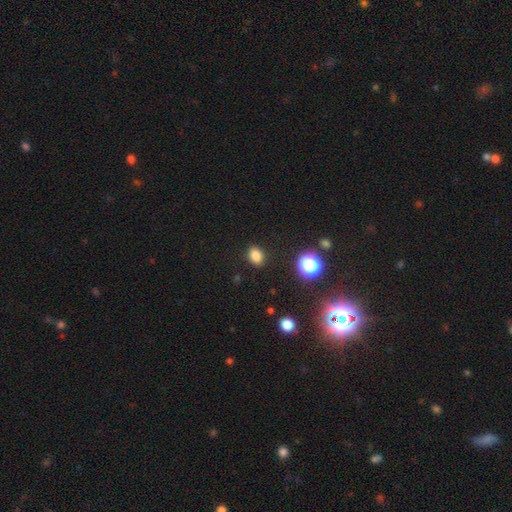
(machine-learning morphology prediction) Overall: smooth (82%). How rounded: in between (69%; round 30%). Merging: none (88%).